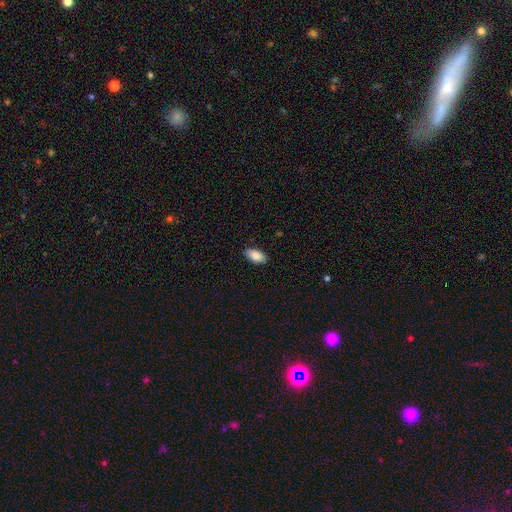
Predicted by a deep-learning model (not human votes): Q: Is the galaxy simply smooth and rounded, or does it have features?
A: smooth — 88%.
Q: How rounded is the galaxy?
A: in between — 92%.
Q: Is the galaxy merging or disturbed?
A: none — 88%.